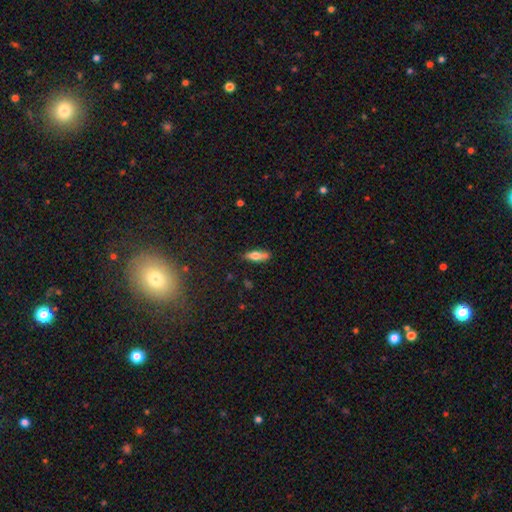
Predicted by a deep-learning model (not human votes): smooth_or_featured: smooth (p=0.66) [alt: featured or disk p=0.26]
how_rounded: in between (p=0.51) [alt: cigar-shaped p=0.47]
merging: none (p=0.67) [alt: minor disturbance p=0.17]